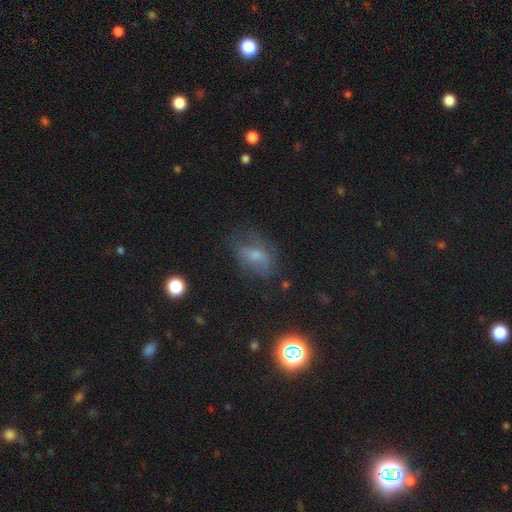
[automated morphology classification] smooth 44%, featured or disk 39%, star or artifact 17%. Down the decision tree: merging — none (50%).